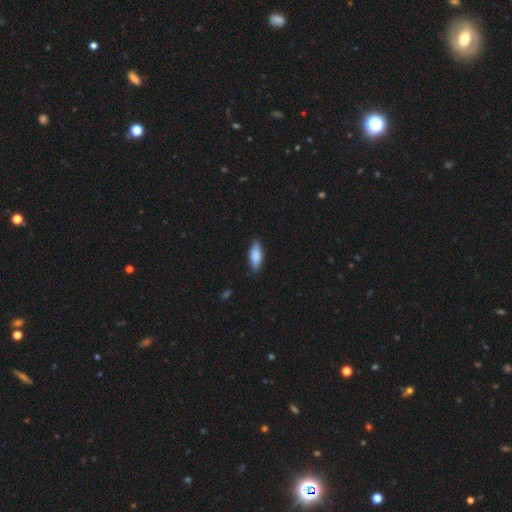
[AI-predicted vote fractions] This appears to be a smooth galaxy with no disk features (84%) that is in between round and cigar-shaped (76%). Merging: none (83%).